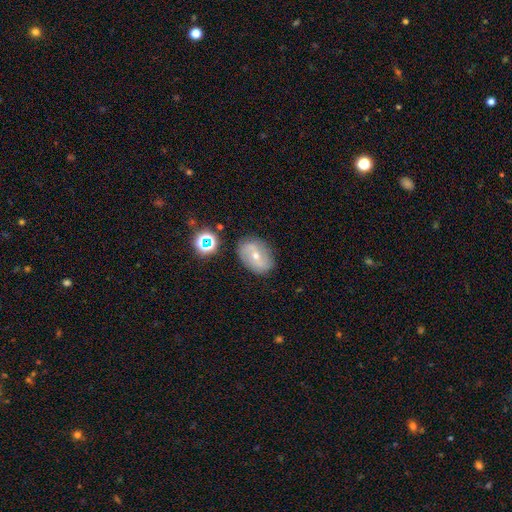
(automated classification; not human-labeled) smooth_or_featured: featured or disk (p=0.55) [alt: smooth p=0.34]
disk_edge_on: no (p=0.94) [alt: yes p=0.06]
bar: no (p=0.50) [alt: weak p=0.35]
has_spiral_arms: yes (p=0.71) [alt: no p=0.29]
bulge_size: small (p=0.52) [alt: moderate p=0.45]
merging: none (p=0.79) [alt: minor disturbance p=0.14]